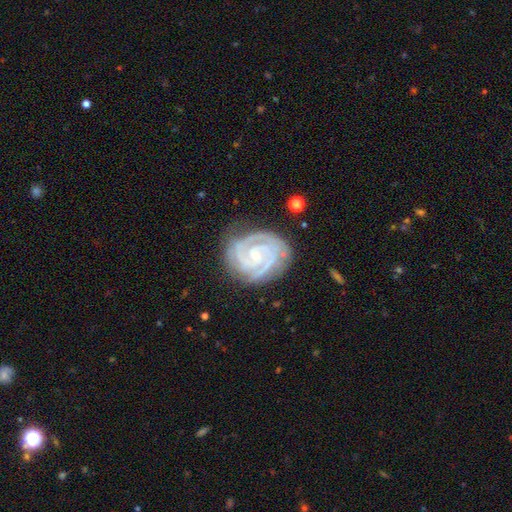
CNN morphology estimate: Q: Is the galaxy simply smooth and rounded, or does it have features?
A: featured or disk — 91%.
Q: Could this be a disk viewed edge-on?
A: no — 98%.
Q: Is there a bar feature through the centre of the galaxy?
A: no — 61%.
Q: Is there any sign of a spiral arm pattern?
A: yes — 99%.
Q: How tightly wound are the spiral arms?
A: tight — 81%.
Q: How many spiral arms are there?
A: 2 — 50%.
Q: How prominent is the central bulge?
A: small — 78%.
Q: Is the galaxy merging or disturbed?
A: none — 79%.